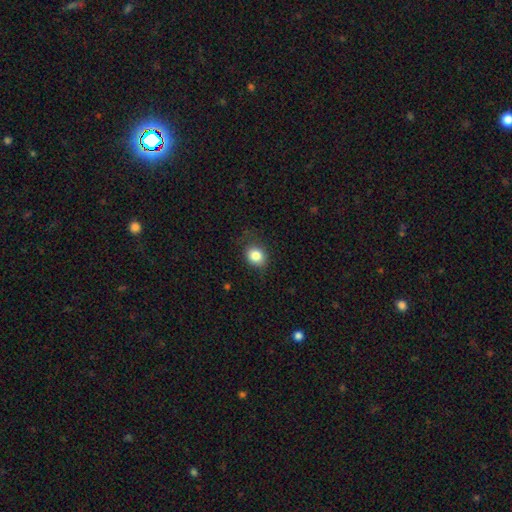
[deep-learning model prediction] Smooth or featured? Predicted: smooth (p=0.84). How rounded? Predicted: round (p=0.61). Merging? Predicted: none (p=0.78).